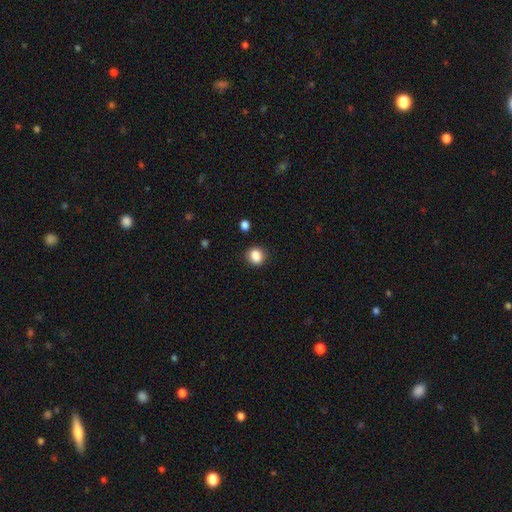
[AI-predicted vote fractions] Smooth or featured? Predicted: smooth (p=0.86). How rounded? Predicted: round (p=0.64). Merging? Predicted: none (p=0.85).